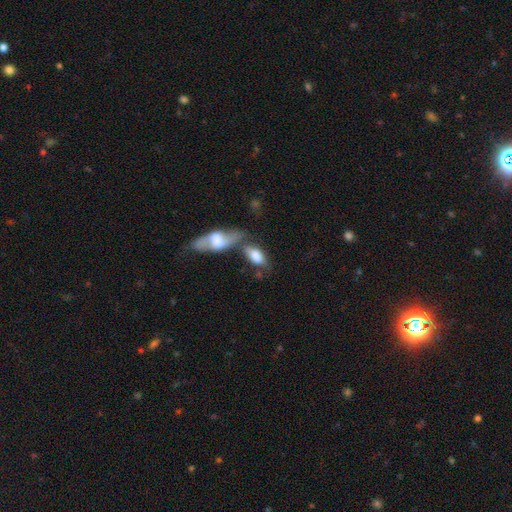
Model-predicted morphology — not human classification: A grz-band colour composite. It shows a smooth galaxy with no disk features (73%) that is in between round and cigar-shaped (88%). Merging: merger (41%).